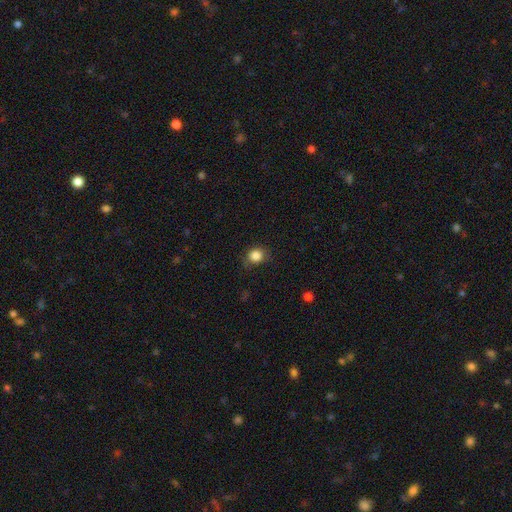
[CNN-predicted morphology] This appears to be a smooth galaxy with no disk features (85%) that is round (78%). Merging: none (75%).